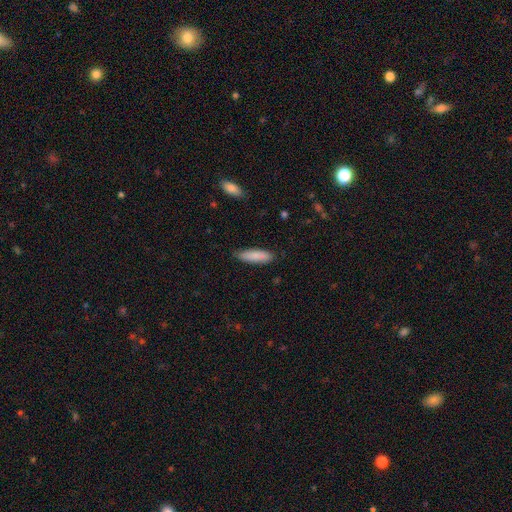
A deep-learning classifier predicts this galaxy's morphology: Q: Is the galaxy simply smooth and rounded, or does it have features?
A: smooth — 86%.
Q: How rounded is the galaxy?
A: cigar-shaped — 59%.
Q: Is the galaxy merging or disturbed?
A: none — 84%.